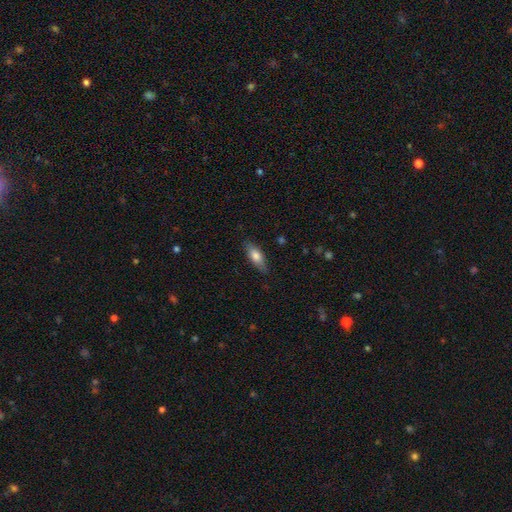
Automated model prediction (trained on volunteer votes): Overall: smooth (73%). How rounded: in between (70%). Merging: none (82%).